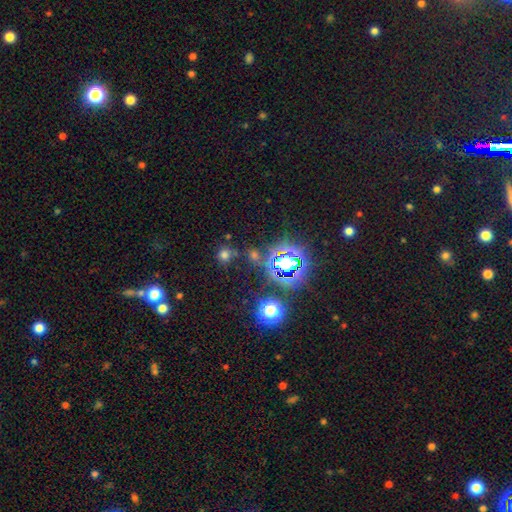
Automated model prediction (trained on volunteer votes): star or artifact 65%, smooth 27%, featured or disk 8%.